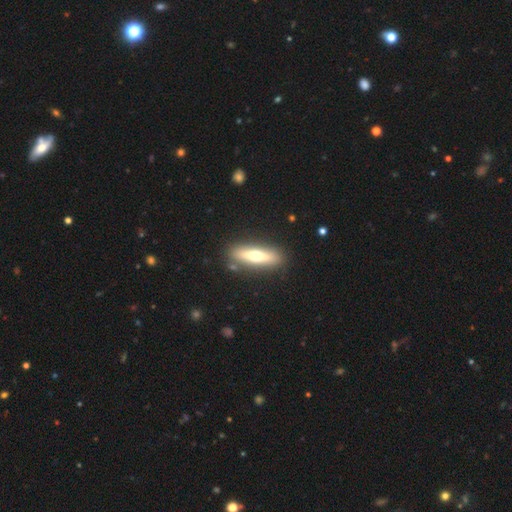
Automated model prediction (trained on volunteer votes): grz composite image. It shows a smooth galaxy with no disk features (51%) that is cigar-shaped (68%). Merging: none (86%).